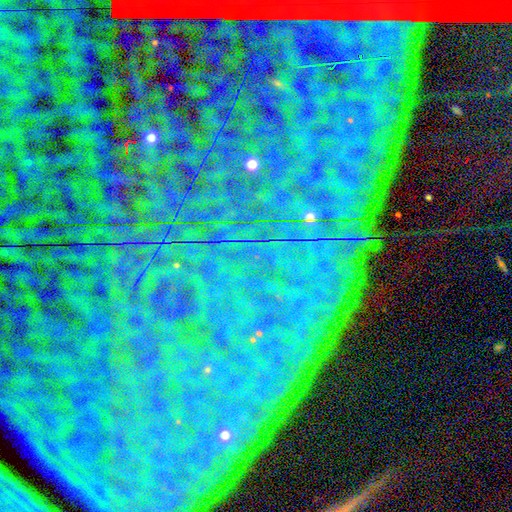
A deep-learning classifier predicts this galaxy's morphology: This is clearly a star or artifact rather than a galaxy (86%).